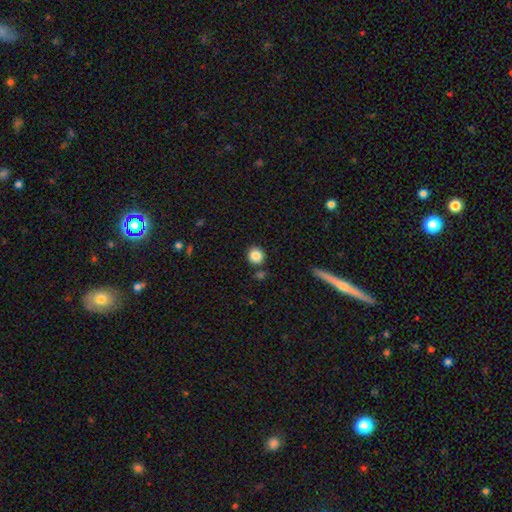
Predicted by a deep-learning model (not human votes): Q: Smooth or featured?
A: smooth (85%); runner-up: star or artifact (9%)
Q: How rounded?
A: round (90%); runner-up: in between (8%)
Q: Merging?
A: none (83%); runner-up: minor disturbance (8%)